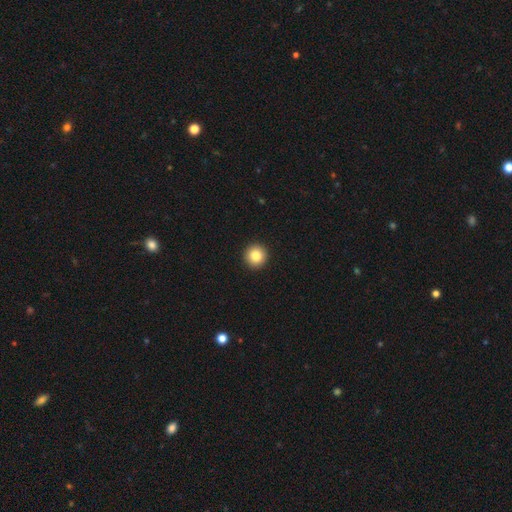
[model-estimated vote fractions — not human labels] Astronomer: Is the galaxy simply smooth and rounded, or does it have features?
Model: smooth — 84%.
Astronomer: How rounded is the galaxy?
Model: round — 96%.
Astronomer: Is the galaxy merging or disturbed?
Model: none — 94%.